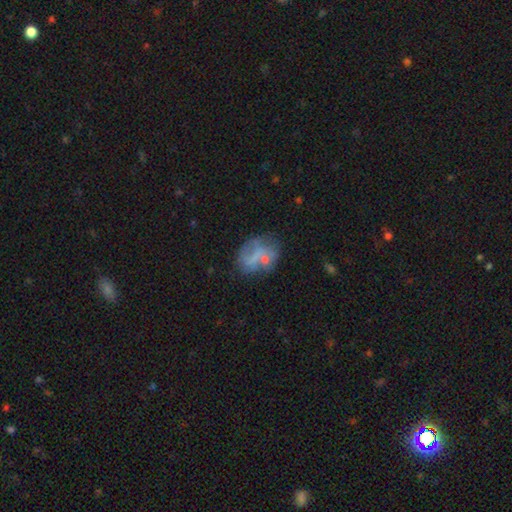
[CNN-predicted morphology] smooth 44% (tied), featured or disk 44% (tied), star or artifact 12%. Down the decision tree: merging — none (41%).